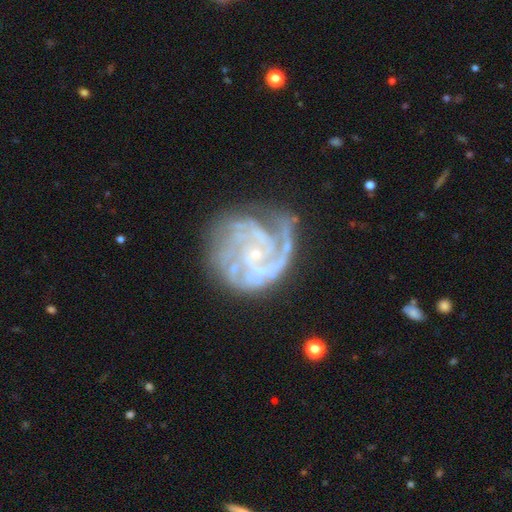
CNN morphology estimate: Smooth or featured? Predicted: featured or disk (p=0.88). Edge-on disk? Predicted: no (p=0.98). Bar? Predicted: no (p=0.70). Spiral arms? Predicted: yes (p=0.96). Spiral winding? Predicted: tight (p=0.57). Spiral arm count? Predicted: 3 (p=0.32). Bulge size? Predicted: small (p=0.79). Merging? Predicted: none (p=0.59).